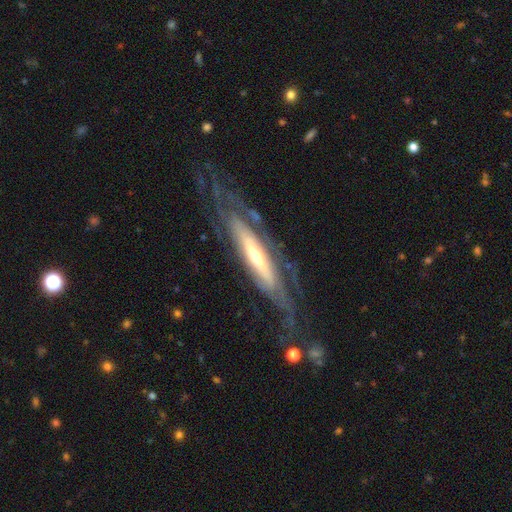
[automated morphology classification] The model was most divided on "edge-on disk": no: 60%, yes: 40%. More confident: smooth or featured — featured or disk (82%); merging — none (63%).